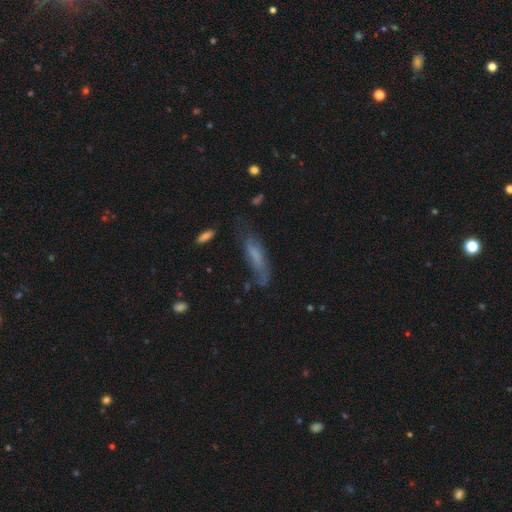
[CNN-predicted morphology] Smooth or featured? smooth (52%)
How rounded? cigar-shaped (60%)
Merging? none (52%)